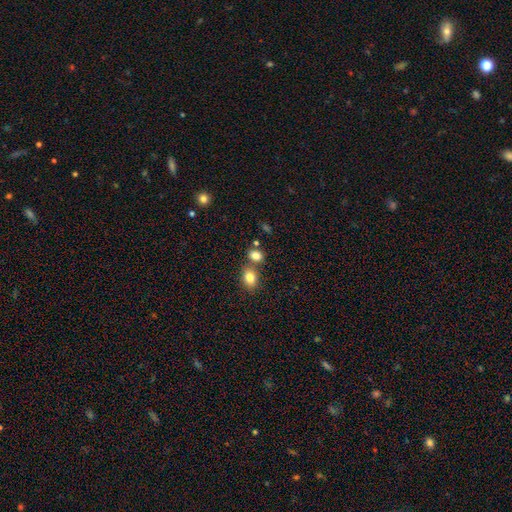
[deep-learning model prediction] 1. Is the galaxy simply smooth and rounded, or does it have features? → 82% smooth, 10% star or artifact, 7% featured or disk.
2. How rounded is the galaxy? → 69% in between, 30% round, 2% cigar-shaped.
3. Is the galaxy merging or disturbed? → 55% none, 31% merger, 10% minor disturbance, 3% major disturbance.